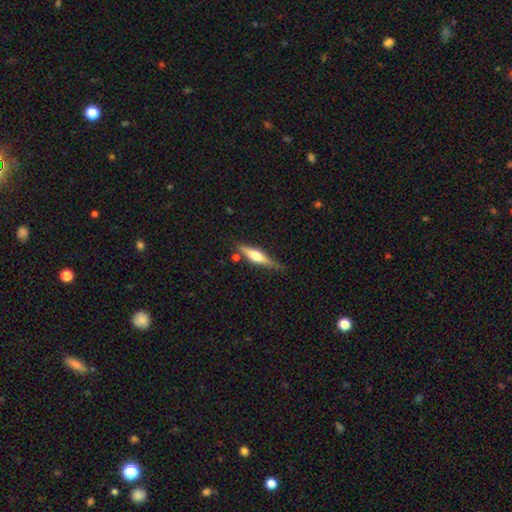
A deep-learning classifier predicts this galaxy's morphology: Smooth or featured? Predicted: featured or disk (p=0.56). Edge-on disk? Predicted: yes (p=0.95). Edge-on bulge? Predicted: rounded (p=0.89). Merging? Predicted: none (p=0.72).